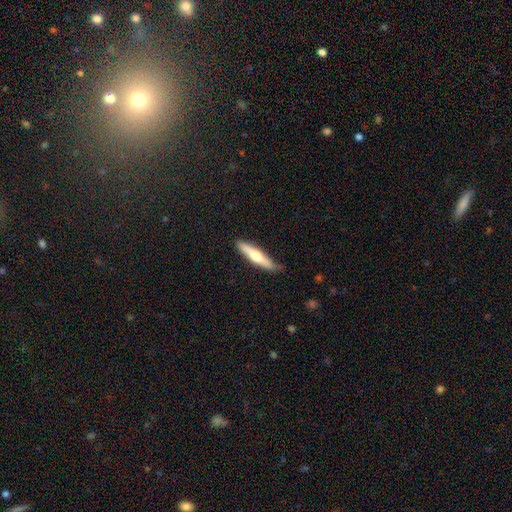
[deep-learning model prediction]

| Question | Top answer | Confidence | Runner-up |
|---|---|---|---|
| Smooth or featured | smooth | 53% | featured or disk (42%) |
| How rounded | cigar-shaped | 86% | in between (13%) |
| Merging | none | 77% | minor disturbance (19%) |